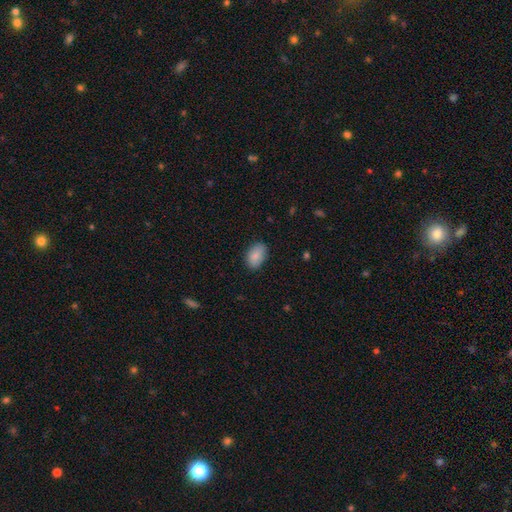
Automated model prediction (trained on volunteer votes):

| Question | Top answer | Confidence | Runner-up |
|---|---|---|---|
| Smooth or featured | smooth | 87% | star or artifact (6%) |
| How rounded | in between | 91% | round (8%) |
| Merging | none | 86% | minor disturbance (11%) |